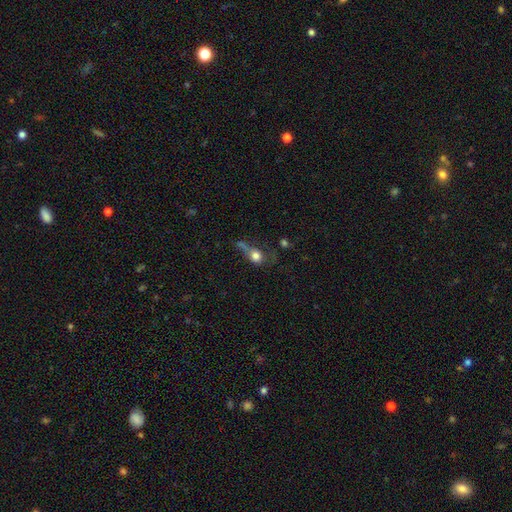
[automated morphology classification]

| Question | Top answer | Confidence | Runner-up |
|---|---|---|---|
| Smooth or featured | smooth | 71% | featured or disk (17%) |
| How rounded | round | 61% | in between (35%) |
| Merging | major disturbance | 33% | none (27%) |